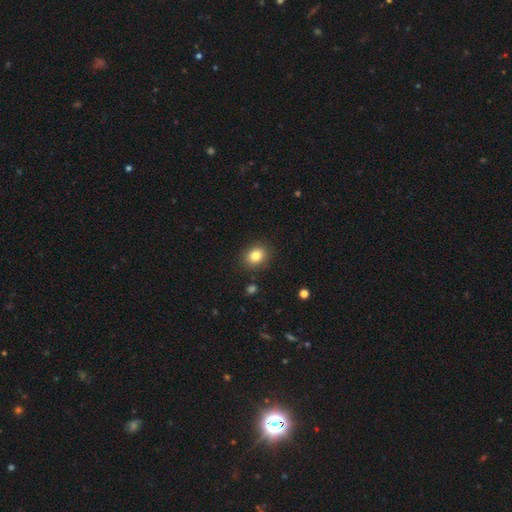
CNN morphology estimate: Smooth or featured? Predicted: smooth (p=0.83). How rounded? Predicted: round (p=0.53). Merging? Predicted: none (p=0.87).